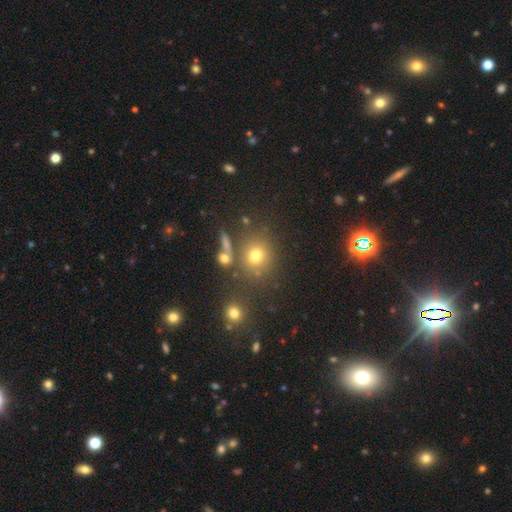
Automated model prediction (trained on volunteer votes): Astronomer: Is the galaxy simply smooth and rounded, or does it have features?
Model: smooth — 70%.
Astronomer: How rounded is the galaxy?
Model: round — 77%.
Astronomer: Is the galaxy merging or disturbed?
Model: none — 73%.